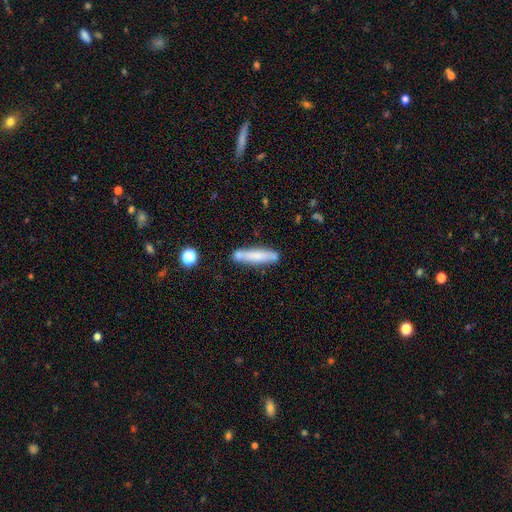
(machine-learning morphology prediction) Overall: smooth (68%). How rounded: cigar-shaped (86%). Merging: none (71%).